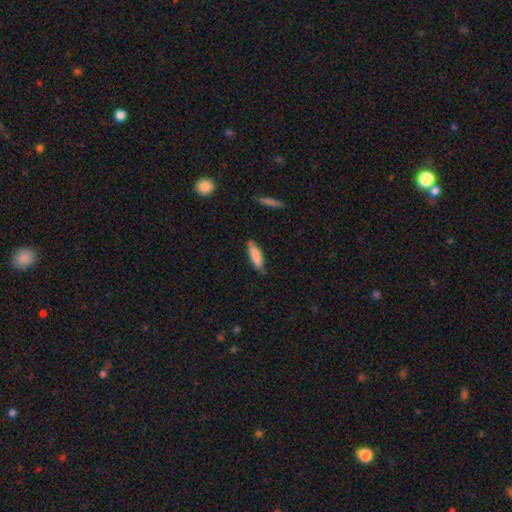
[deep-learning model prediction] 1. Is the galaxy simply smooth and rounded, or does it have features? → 83% smooth, 11% featured or disk, 6% star or artifact.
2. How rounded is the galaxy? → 59% cigar-shaped, 40% in between, 1% round.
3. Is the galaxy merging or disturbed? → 73% none, 22% minor disturbance, 4% major disturbance, 2% merger.